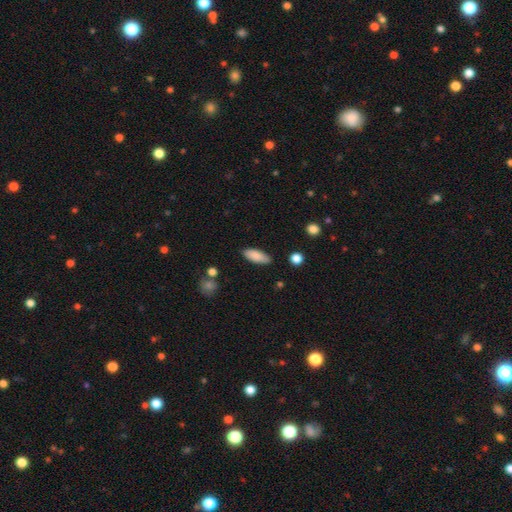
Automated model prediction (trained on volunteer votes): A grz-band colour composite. It shows a smooth galaxy with no disk features (87%) that is in between round and cigar-shaped (77%). Merging: none (86%).